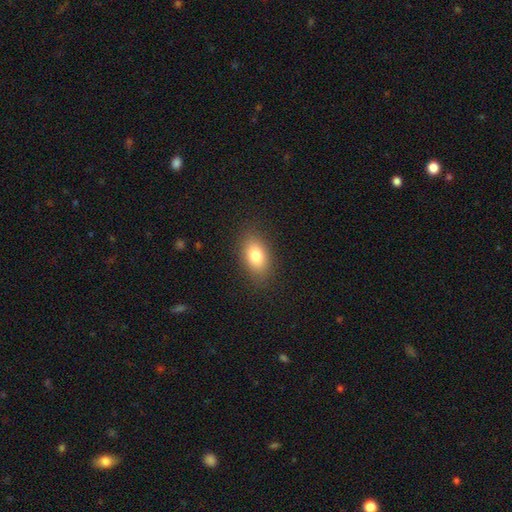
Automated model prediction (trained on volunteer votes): A smooth galaxy with no disk features (81%) that is in between round and cigar-shaped (87%). Merging: none (86%).